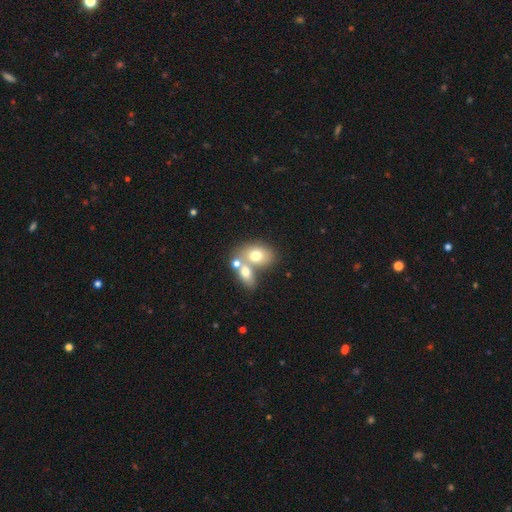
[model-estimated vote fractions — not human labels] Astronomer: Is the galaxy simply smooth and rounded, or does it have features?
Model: smooth — 68%.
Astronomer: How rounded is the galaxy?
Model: in between — 70%.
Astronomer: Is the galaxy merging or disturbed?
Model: merger — 57%.